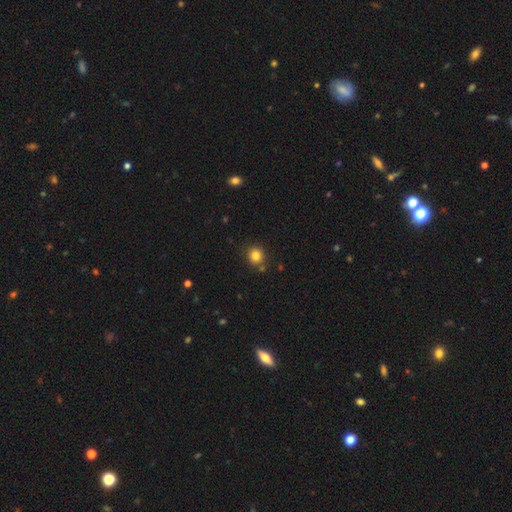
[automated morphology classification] Smooth or featured? Predicted: smooth (p=0.83). How rounded? Predicted: round (p=0.87). Merging? Predicted: none (p=0.82).